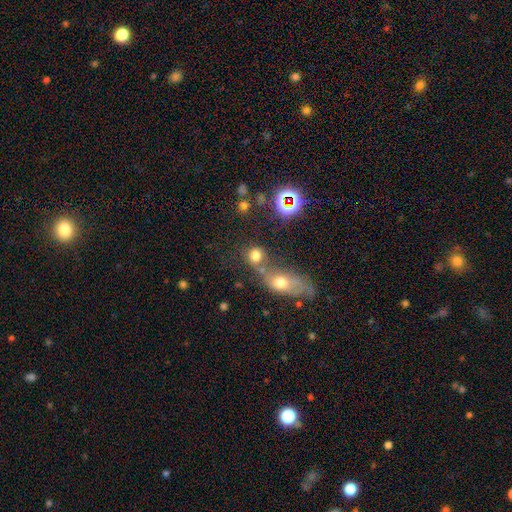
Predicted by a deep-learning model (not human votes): smooth_or_featured: smooth (p=0.73) [alt: star or artifact p=0.17]
how_rounded: round (p=0.73) [alt: in between p=0.25]
merging: none (p=0.44) [alt: merger p=0.40]